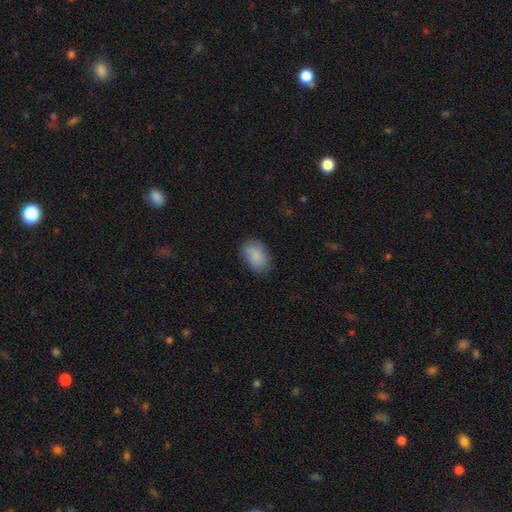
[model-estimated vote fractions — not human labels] Morphology: type=smooth (85%); roundness=in between (84%); merging=none (69%).